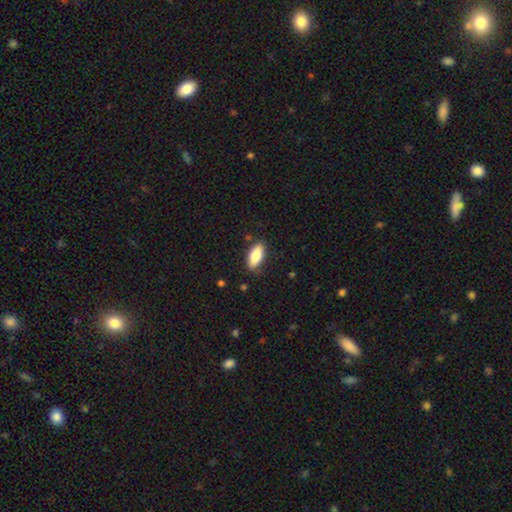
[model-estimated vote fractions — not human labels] This appears to be a smooth galaxy with no disk features (76%) that is in between round and cigar-shaped (82%). Merging: none (84%).